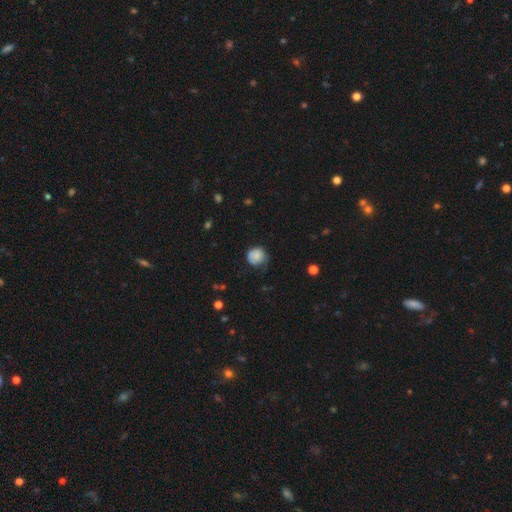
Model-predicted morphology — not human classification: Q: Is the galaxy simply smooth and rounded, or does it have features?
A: smooth — 78%.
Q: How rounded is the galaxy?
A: round — 86%.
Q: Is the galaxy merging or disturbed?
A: none — 59%.